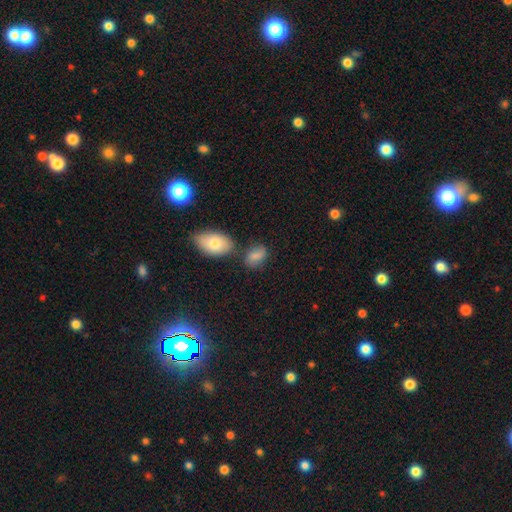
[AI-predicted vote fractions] The model was most divided on "merging": none: 58%, minor disturbance: 21%, merger: 14%, major disturbance: 6%. More confident: how rounded — in between (84%); smooth or featured — smooth (80%).